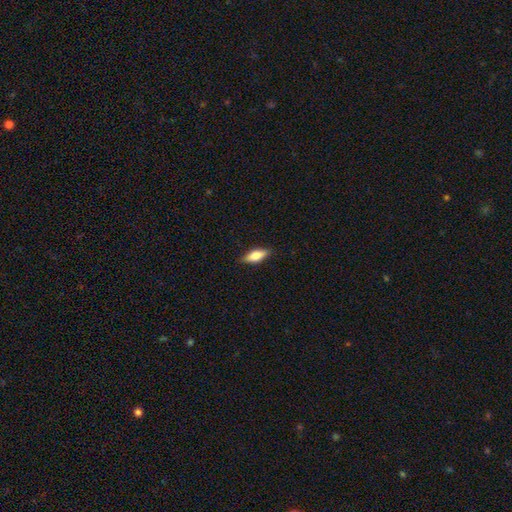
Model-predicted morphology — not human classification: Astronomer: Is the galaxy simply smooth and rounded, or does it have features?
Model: smooth — 73%.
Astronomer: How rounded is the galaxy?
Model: in between — 67%.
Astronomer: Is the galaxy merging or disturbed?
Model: none — 88%.